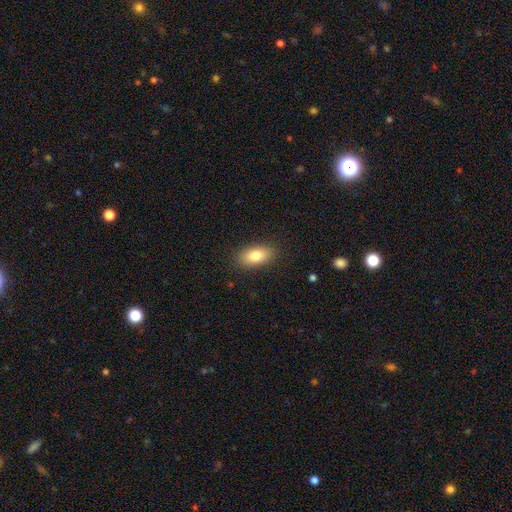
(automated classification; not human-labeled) Smooth or featured? smooth (82%)
How rounded? in between (90%)
Merging? none (87%)